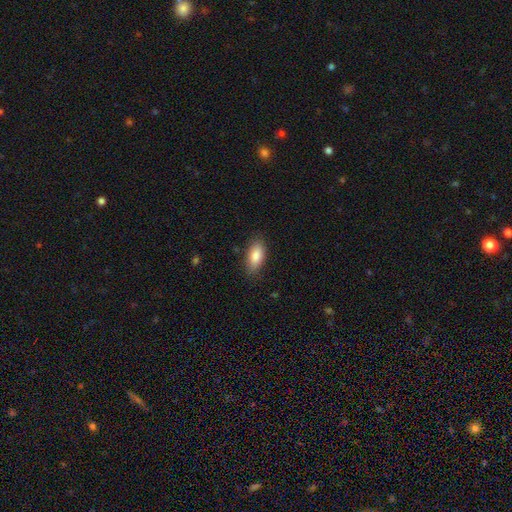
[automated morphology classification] Overall: smooth (85%). How rounded: in between (88%). Merging: none (85%).